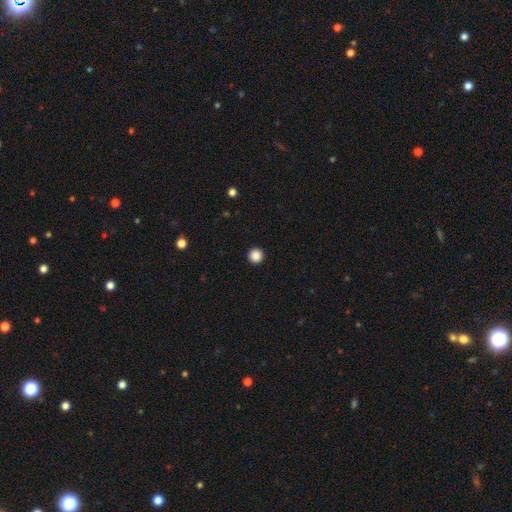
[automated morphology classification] smooth 88%, star or artifact 10%, featured or disk 2%. Down the decision tree: how rounded — round (97%); merging — none (94%).